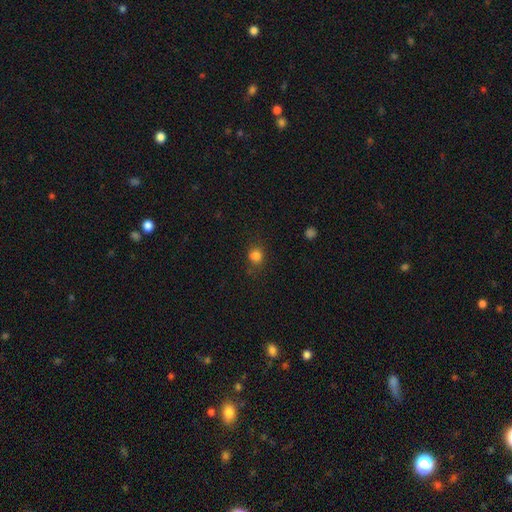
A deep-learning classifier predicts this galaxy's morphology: Overall: smooth (80%). How rounded: round (75%). Merging: none (73%).